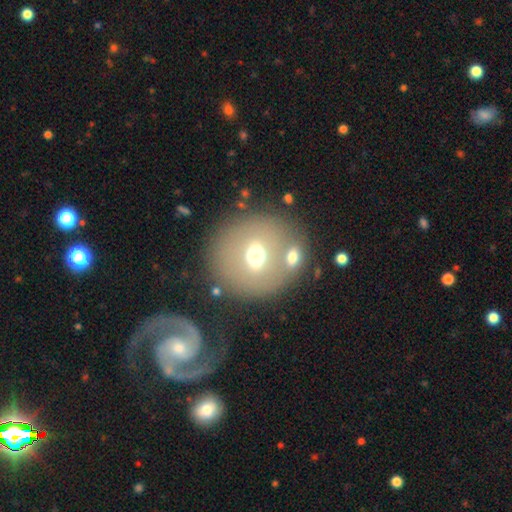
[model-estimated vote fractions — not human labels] A smooth galaxy with no disk features (56%) that is round (79%).

Vote fractions:
- Smooth or featured? smooth: 56% / featured or disk: 30% / star or artifact: 14%
- How rounded? round: 79% / in between: 20% / cigar-shaped: 1%
- Merging? none: 65% / merger: 20% / minor disturbance: 10% / major disturbance: 6%